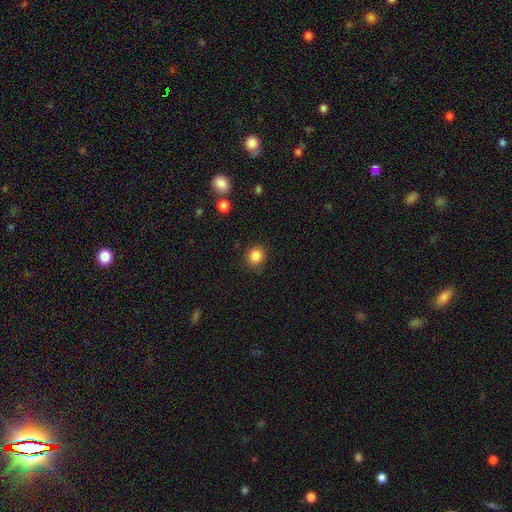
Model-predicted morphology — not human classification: A smooth galaxy with no disk features (85%) that is round (85%). Merging: none (87%).